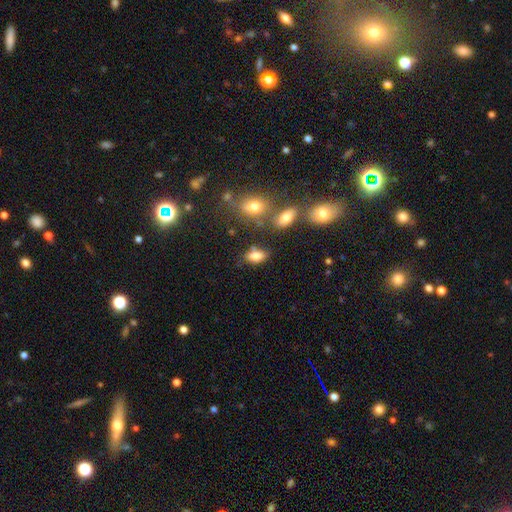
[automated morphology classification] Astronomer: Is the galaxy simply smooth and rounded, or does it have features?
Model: smooth — 80%.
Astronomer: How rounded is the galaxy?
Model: in between — 87%.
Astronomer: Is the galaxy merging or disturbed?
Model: none — 64%.